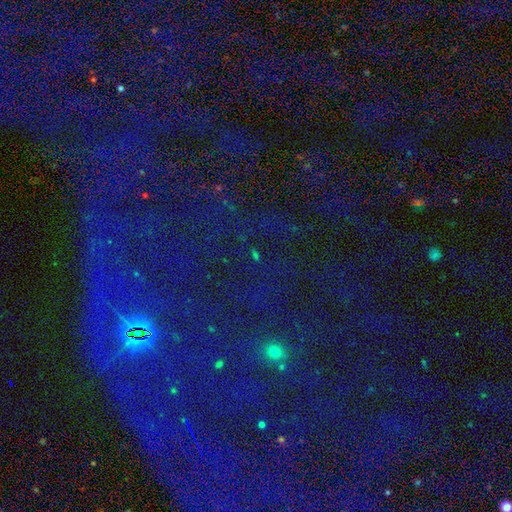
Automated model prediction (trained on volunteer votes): smooth-or-featured: star or artifact: 74% | smooth: 16% | featured or disk: 10%